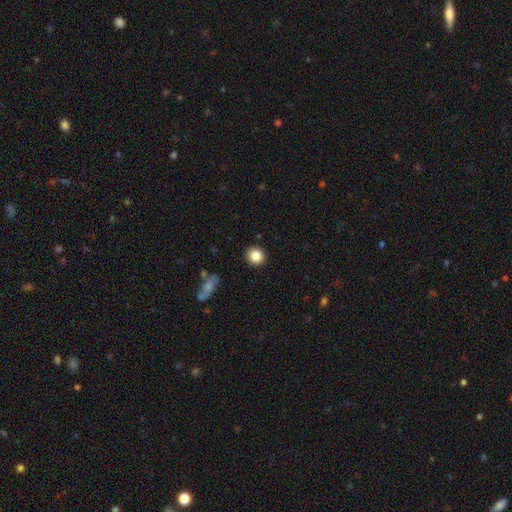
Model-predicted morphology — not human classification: Smooth or featured? smooth (85%)
How rounded? round (87%)
Merging? none (90%)